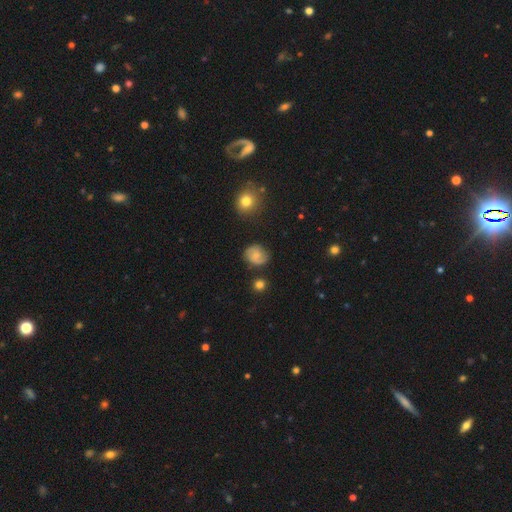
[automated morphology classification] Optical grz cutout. It shows a featured or disk galaxy (47%). Merging: none (76%).